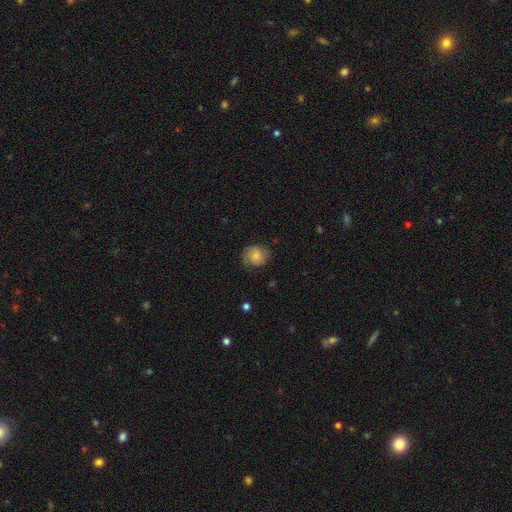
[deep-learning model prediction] A smooth galaxy with no disk features (71%) that is round (76%). Merging: none (68%).